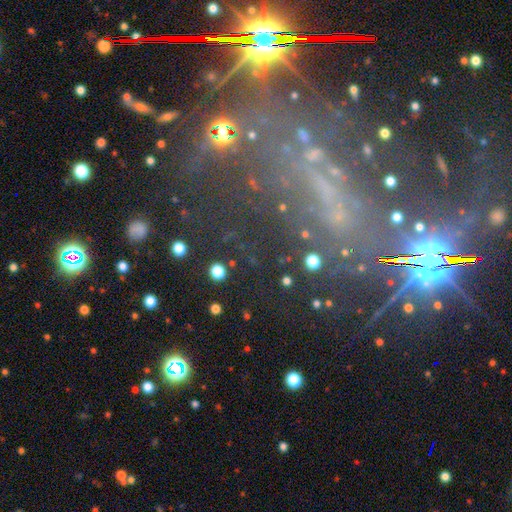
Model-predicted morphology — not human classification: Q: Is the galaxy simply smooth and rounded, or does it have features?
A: star or artifact — 56%.